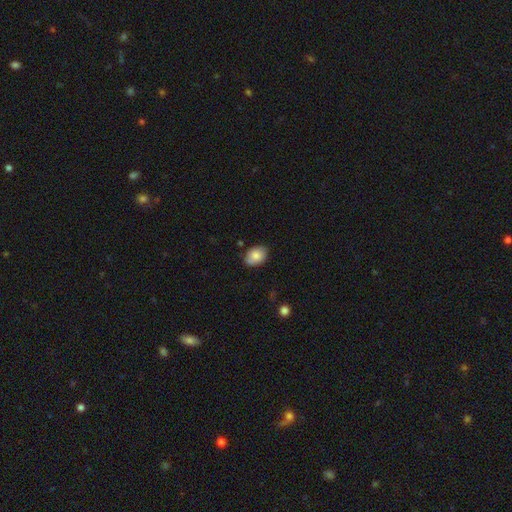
This is likely a smooth galaxy (76%). How rounded: possibly in between (57%). Merging: clearly none (83%).